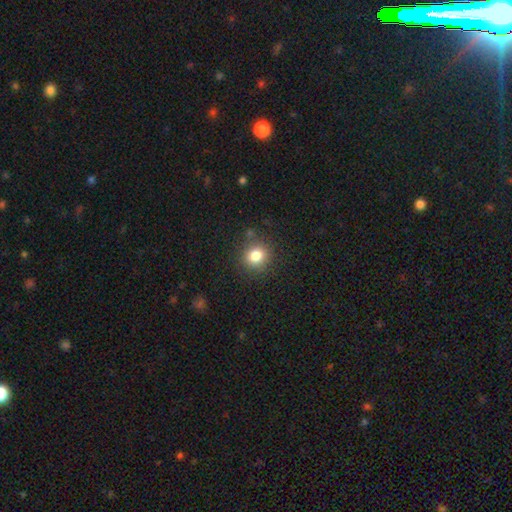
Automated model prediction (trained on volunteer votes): smooth_or_featured: smooth (p=0.83) [alt: star or artifact p=0.11]
how_rounded: round (p=0.78) [alt: in between p=0.21]
merging: none (p=0.84) [alt: minor disturbance p=0.10]